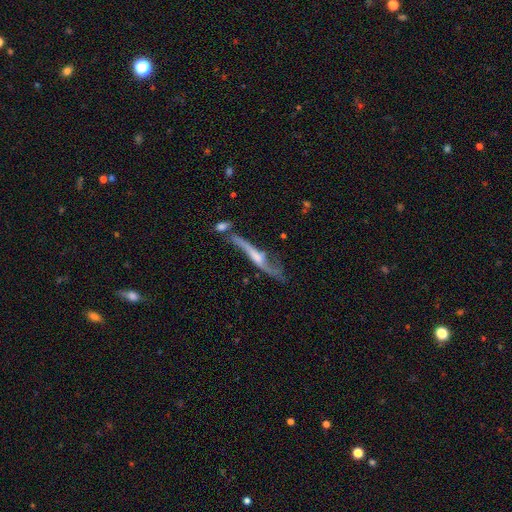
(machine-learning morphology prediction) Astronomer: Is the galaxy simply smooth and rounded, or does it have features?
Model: featured or disk — 78%.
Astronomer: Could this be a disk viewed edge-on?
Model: yes — 62% (runner-up: no, 38%).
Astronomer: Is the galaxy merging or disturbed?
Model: none — 43% (runner-up: minor disturbance, 21%).